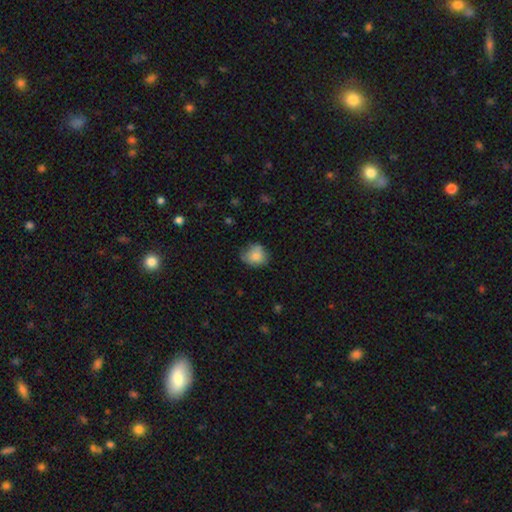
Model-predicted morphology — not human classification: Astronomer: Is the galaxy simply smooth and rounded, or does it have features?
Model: smooth — 79%.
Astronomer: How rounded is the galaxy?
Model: round — 64%.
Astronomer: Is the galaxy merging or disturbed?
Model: none — 58%.